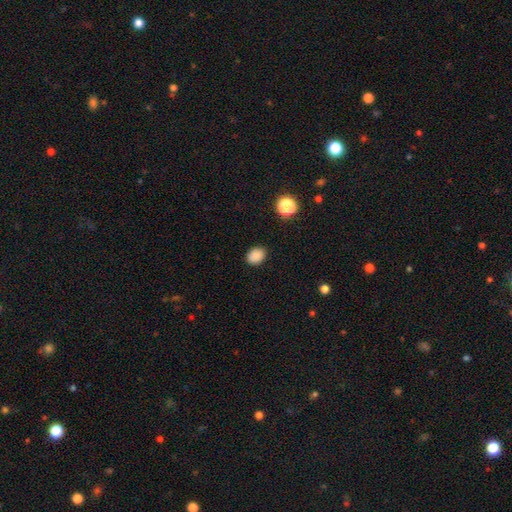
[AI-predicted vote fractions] This appears to be a smooth galaxy with no disk features (87%) that is in between round and cigar-shaped (63%). Merging: none (88%).